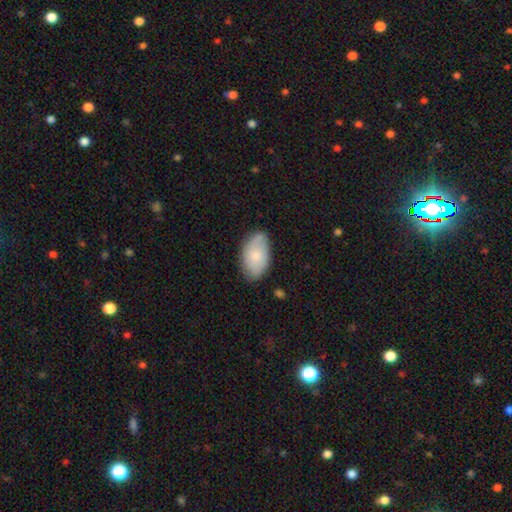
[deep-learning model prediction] Overall: smooth (70%). How rounded: in between (94%). Merging: none (74%).